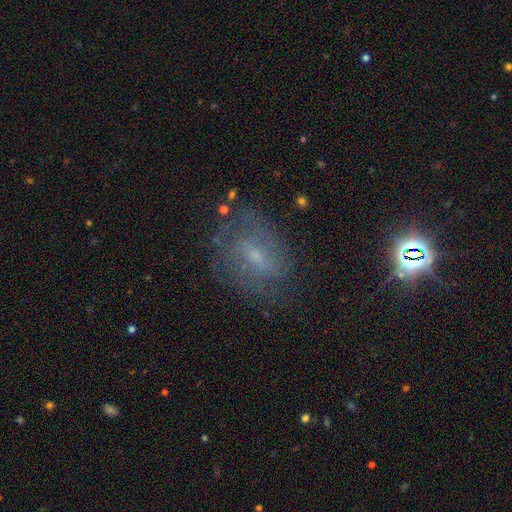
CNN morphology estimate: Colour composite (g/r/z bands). It shows a featured or disk galaxy (54%) with a weak bar (48%), spiral arms (64%) and a small central bulge (65%). Merging: none (66%).